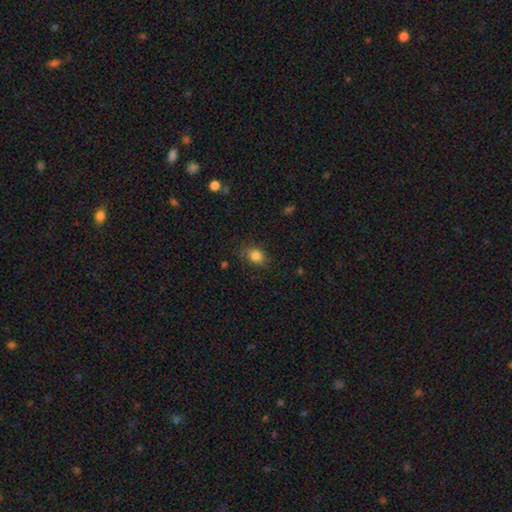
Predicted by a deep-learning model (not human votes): smooth-or-featured: smooth: 84% | star or artifact: 10% | featured or disk: 5%
  how-rounded: in between: 59% | round: 40% | cigar-shaped: 1%
  merging: none: 77% | minor disturbance: 17% | major disturbance: 5% | merger: 1%